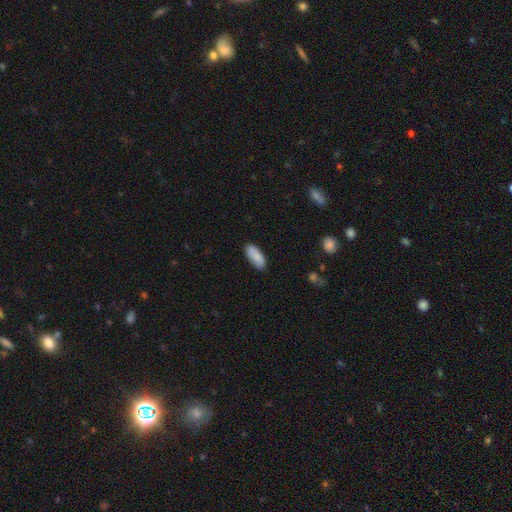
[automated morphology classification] Overall: smooth (87%). How rounded: in between (84%). Merging: none (85%).